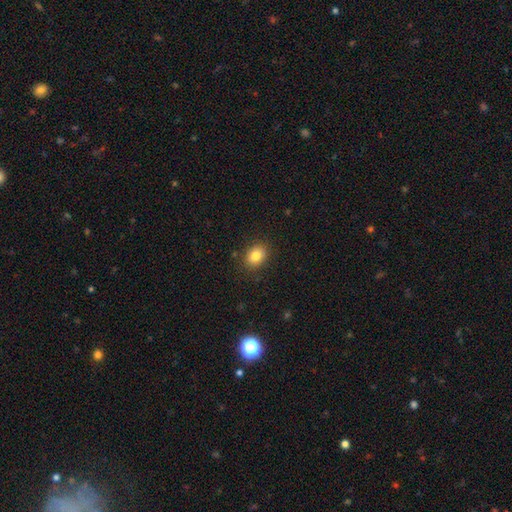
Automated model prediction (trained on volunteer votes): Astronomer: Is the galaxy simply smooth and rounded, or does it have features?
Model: smooth — 83%.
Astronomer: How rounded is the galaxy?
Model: in between — 55% (runner-up: round, 45%).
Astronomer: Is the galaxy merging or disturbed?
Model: none — 86%.